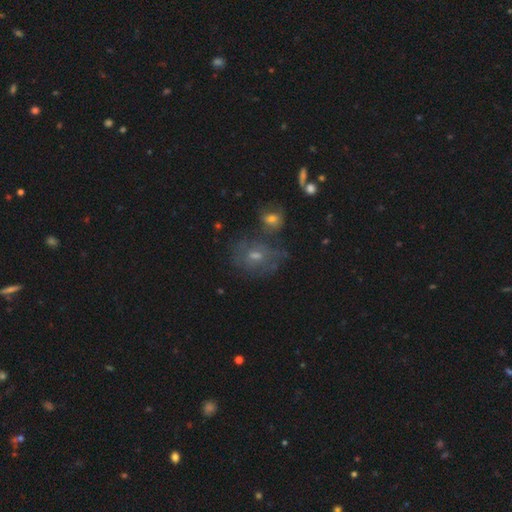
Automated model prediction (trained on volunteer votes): This is marginally a featured or disk galaxy (42%). Merging: possibly none (49%).